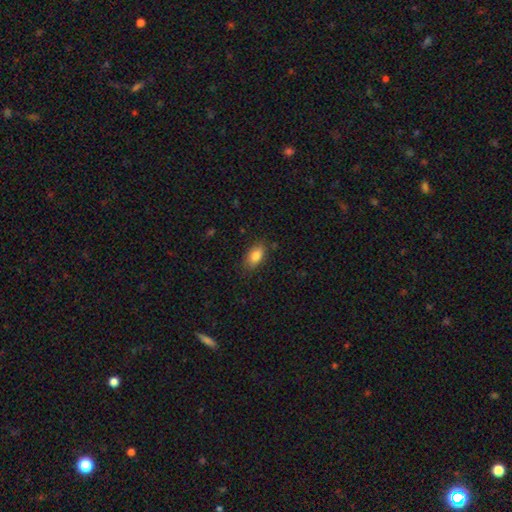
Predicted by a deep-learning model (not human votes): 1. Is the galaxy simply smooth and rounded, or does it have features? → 83% smooth, 9% featured or disk, 8% star or artifact.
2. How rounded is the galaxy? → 90% in between, 6% round, 4% cigar-shaped.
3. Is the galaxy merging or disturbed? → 83% none, 13% minor disturbance, 3% major disturbance, 1% merger.